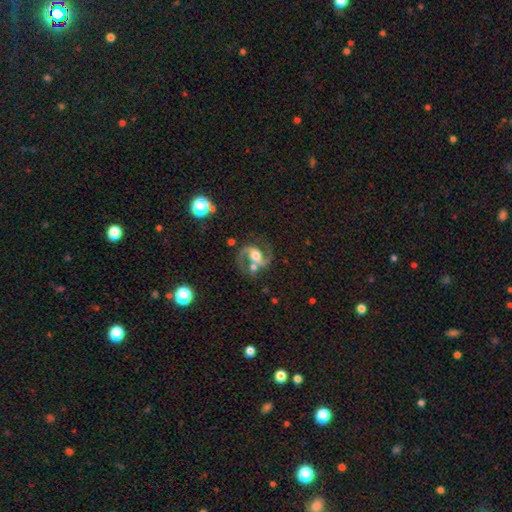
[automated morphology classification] smooth-or-featured: featured or disk: 88% | star or artifact: 7% | smooth: 6%
  disk-edge-on: no: 98% | yes: 2%
    bar: weak: 36% | strong: 32% | no: 31%
    has-spiral-arms: yes: 97% | no: 3%
      spiral-winding: medium: 61% | loose: 28% | tight: 11%
      spiral-arm-count: 2: 93% | 1: 2% | can't tell: 2% | 3: 1% | 4: 1% | more than 4: 1%
    bulge-size: moderate: 65% | large: 18% | small: 13% | none: 2% | dominant: 2%
  merging: none: 64% | minor disturbance: 14% | merger: 14% | major disturbance: 9%